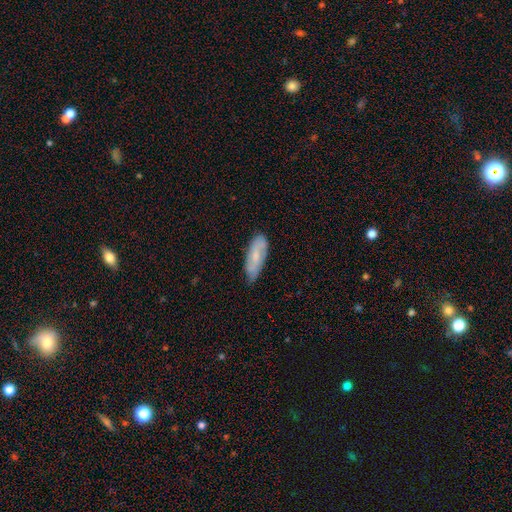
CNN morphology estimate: smooth 59%, featured or disk 34%, star or artifact 7%. Down the decision tree: how rounded — in between (68%); merging — none (64%).